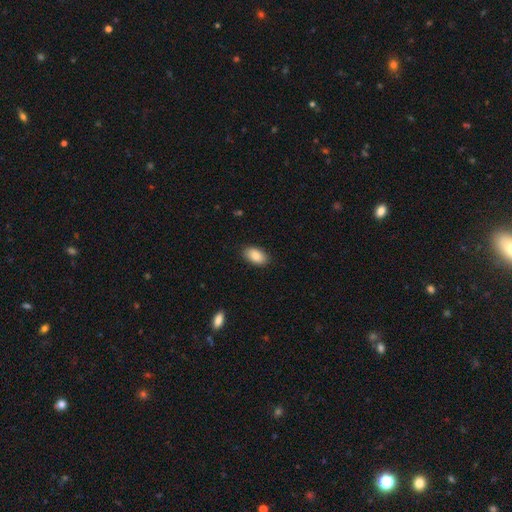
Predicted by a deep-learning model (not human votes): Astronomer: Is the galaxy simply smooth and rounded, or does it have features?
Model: smooth — 87%.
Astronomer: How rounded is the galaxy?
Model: in between — 94%.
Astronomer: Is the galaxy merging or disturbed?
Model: none — 88%.